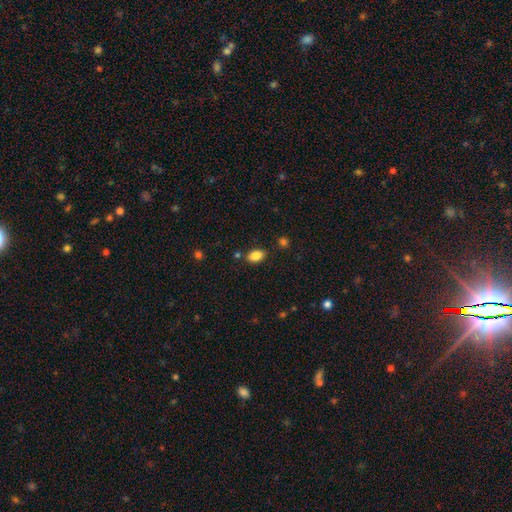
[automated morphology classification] Smooth or featured? Predicted: smooth (p=0.85). How rounded? Predicted: in between (p=0.90). Merging? Predicted: none (p=0.82).